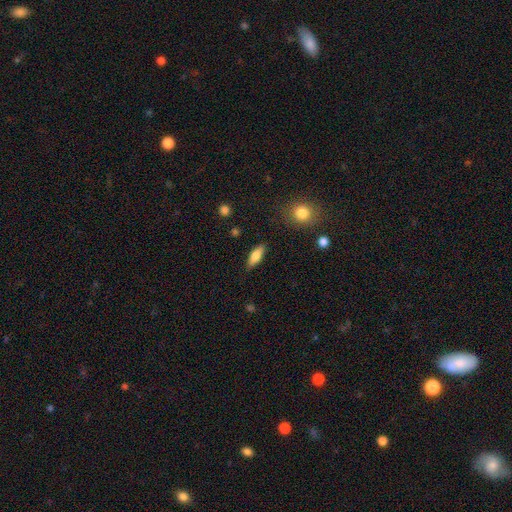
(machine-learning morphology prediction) Q: Smooth or featured?
A: smooth (70%); runner-up: featured or disk (23%)
Q: How rounded?
A: in between (61%); runner-up: cigar-shaped (36%)
Q: Merging?
A: none (85%); runner-up: minor disturbance (10%)